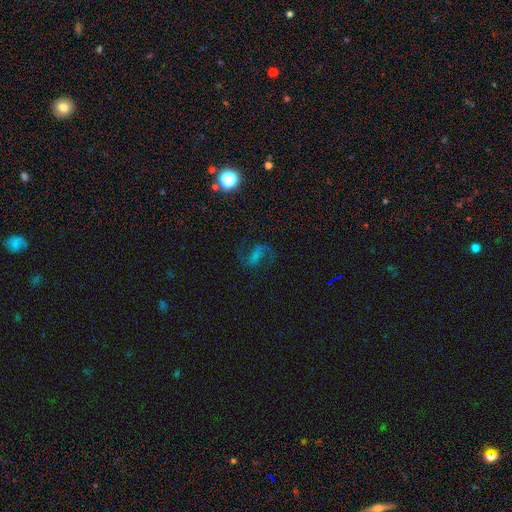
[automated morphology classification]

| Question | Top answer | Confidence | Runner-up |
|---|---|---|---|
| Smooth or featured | featured or disk | 64% | star or artifact (19%) |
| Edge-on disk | no | 96% | yes (4%) |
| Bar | weak | 43% | strong (32%) |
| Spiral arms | yes | 91% | no (9%) |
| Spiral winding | loose | 53% | medium (38%) |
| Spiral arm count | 2 | 89% | can't tell (4%) |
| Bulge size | none | 43% | small (31%) |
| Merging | none | 73% | minor disturbance (14%) |